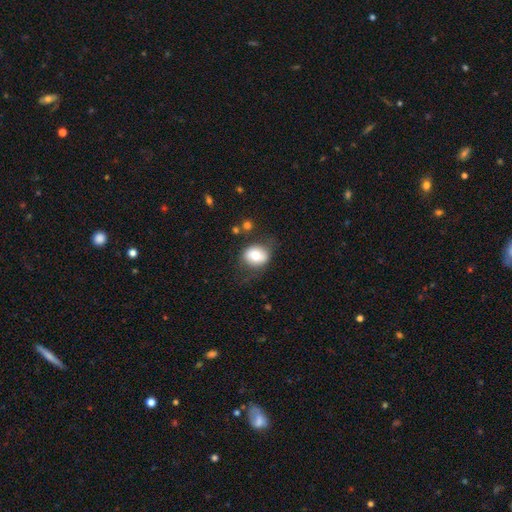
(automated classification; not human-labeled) smooth-or-featured: smooth: 71% | featured or disk: 21% | star or artifact: 8%
  how-rounded: round: 58% | in between: 41% | cigar-shaped: 1%
  merging: none: 67% | minor disturbance: 19% | major disturbance: 10% | merger: 4%